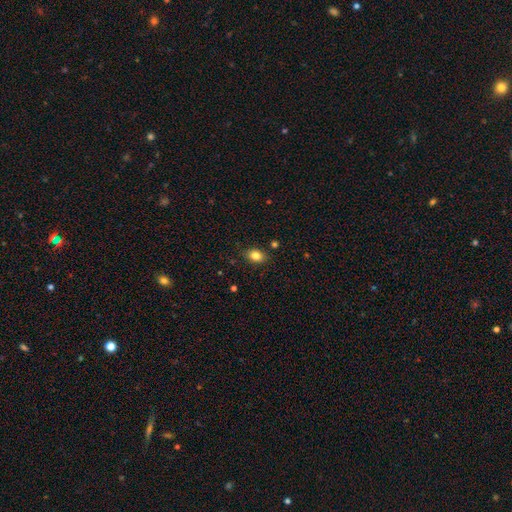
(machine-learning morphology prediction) smooth-or-featured: smooth: 83% | star or artifact: 10% | featured or disk: 7%
  how-rounded: in between: 70% | round: 28% | cigar-shaped: 1%
  merging: none: 85% | minor disturbance: 11% | major disturbance: 3% | merger: 2%